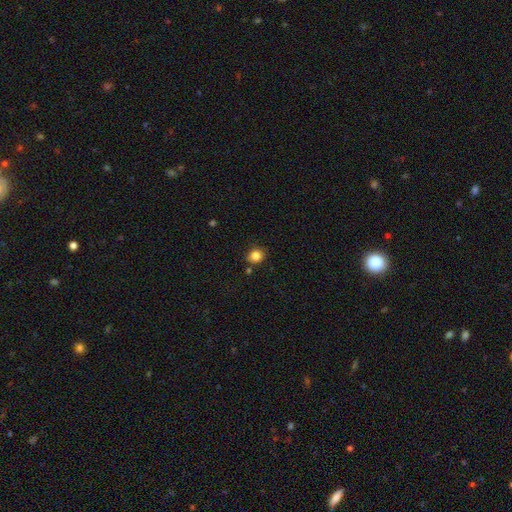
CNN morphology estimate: This appears to be a smooth galaxy with no disk features (84%) that is round (70%). Merging: none (81%).